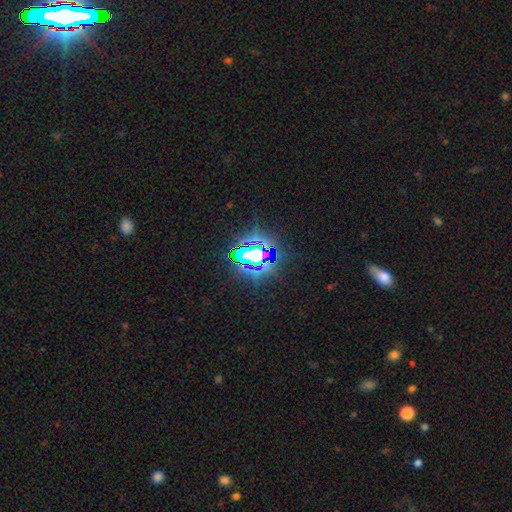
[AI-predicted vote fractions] Smooth or featured? star or artifact (71%)